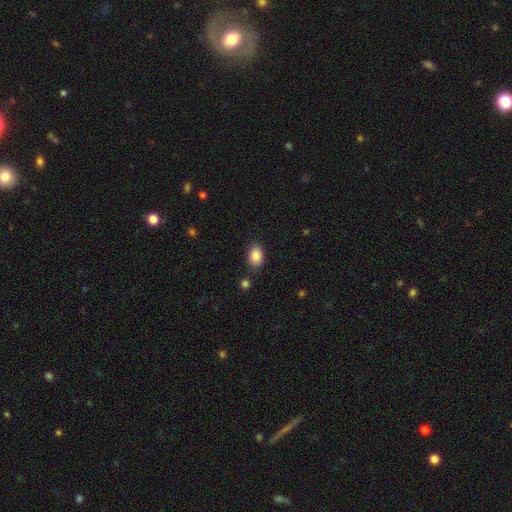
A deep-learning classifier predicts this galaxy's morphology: The model was most divided on "how rounded": in between: 84%, round: 15%, cigar-shaped: 1%. More confident: smooth or featured — smooth (86%); merging — none (82%).